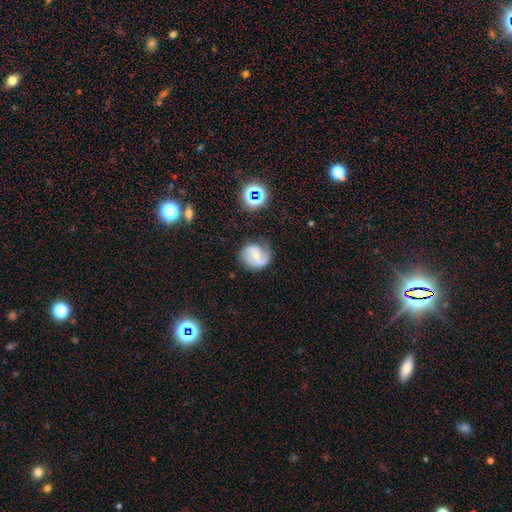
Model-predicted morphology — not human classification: Overall: featured or disk (71%). Edge-on disk: no (98%). Bar: weak (49%; no 33%). Spiral arms: yes (93%). Spiral arm count: 2 (75%). Spiral winding: medium (48%; tight 28%). Bulge size: small (51%; moderate 35%). Merging: none (67%).